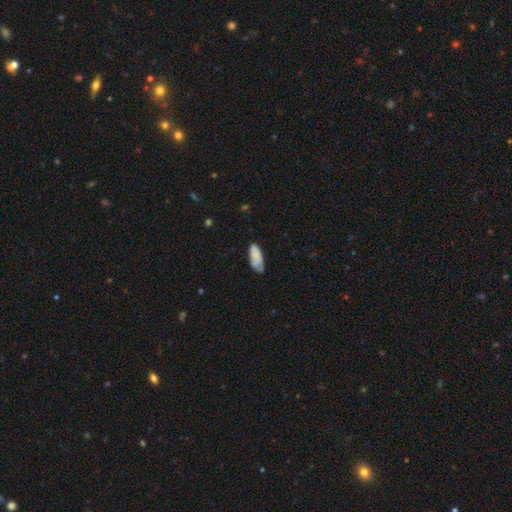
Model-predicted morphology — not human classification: This appears to be a smooth galaxy with no disk features (81%) that is in between round and cigar-shaped (84%). Merging: none (56%).